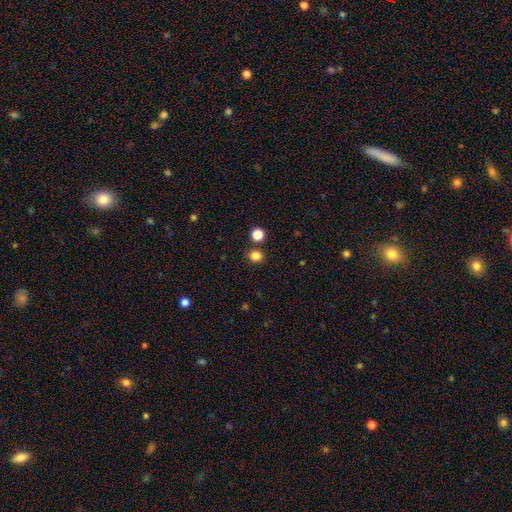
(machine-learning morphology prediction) A smooth galaxy with no disk features (83%) that is round (78%).

Vote fractions:
- Smooth or featured? smooth: 83% / star or artifact: 13% / featured or disk: 4%
- How rounded? round: 78% / in between: 21% / cigar-shaped: 1%
- Merging? none: 82% / merger: 8% / minor disturbance: 7% / major disturbance: 3%